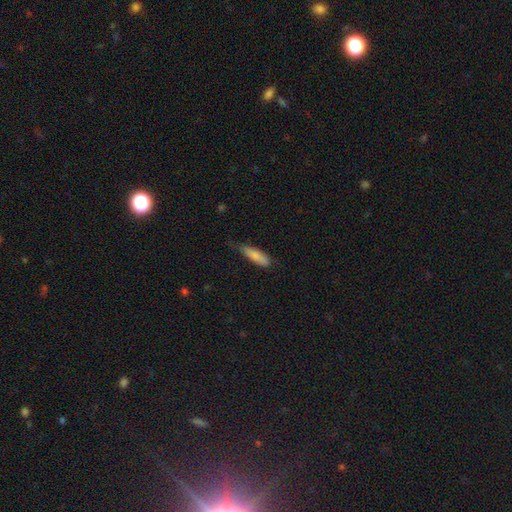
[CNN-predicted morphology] A smooth galaxy with no disk features (80%) that is cigar-shaped (57%). Merging: none (51%).